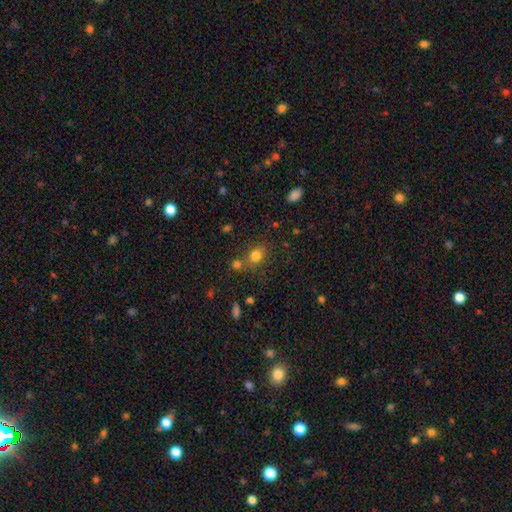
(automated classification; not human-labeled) Smooth or featured? smooth (78%)
How rounded? round (61%)
Merging? none (61%)